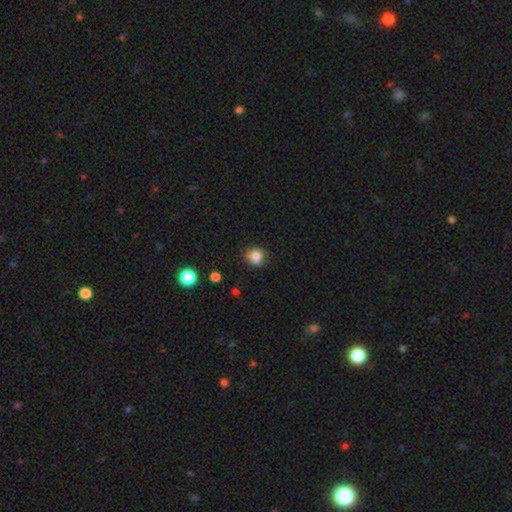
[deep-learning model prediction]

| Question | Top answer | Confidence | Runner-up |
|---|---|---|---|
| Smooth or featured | smooth | 79% | star or artifact (12%) |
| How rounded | round | 80% | in between (19%) |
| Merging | none | 59% | minor disturbance (21%) |